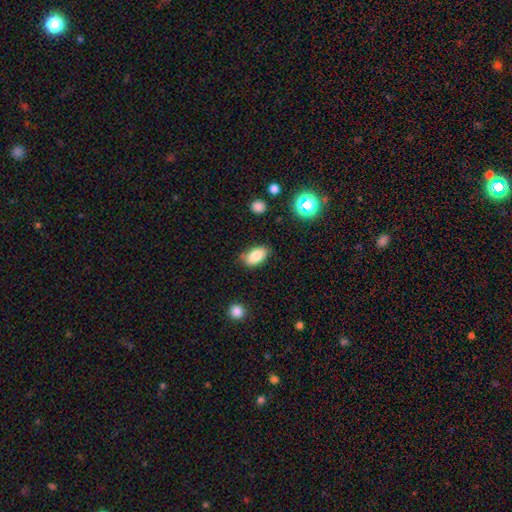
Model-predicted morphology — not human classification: smooth 82%, featured or disk 9%, star or artifact 9%. Down the decision tree: how rounded — in between (91%); merging — none (78%).